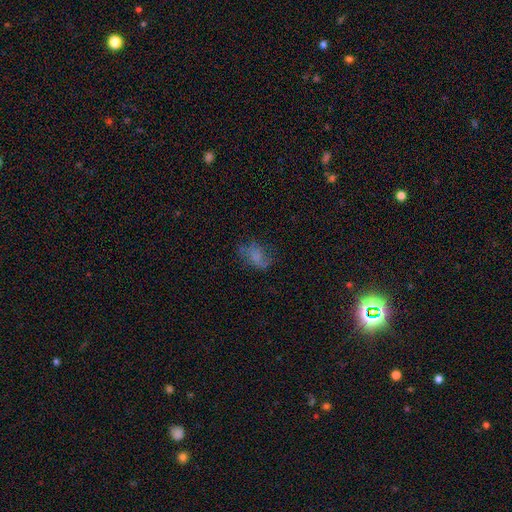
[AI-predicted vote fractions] smooth_or_featured: smooth (p=0.54) [alt: featured or disk p=0.31]
how_rounded: in between (p=0.80) [alt: round p=0.18]
merging: none (p=0.52) [alt: minor disturbance p=0.25]